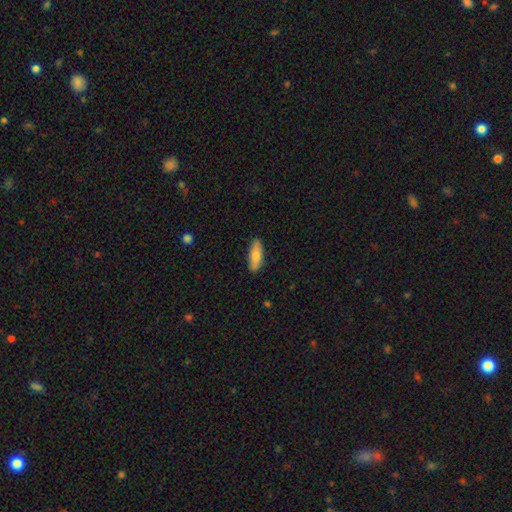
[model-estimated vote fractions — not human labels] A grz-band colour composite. It shows a smooth galaxy with no disk features (75%) that is in between round and cigar-shaped (67%). Merging: none (86%).